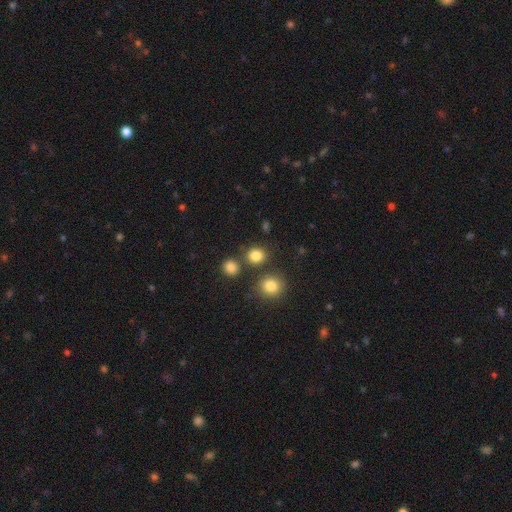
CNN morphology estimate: type=smooth (83%); roundness=round (83%); merging=none (77%).